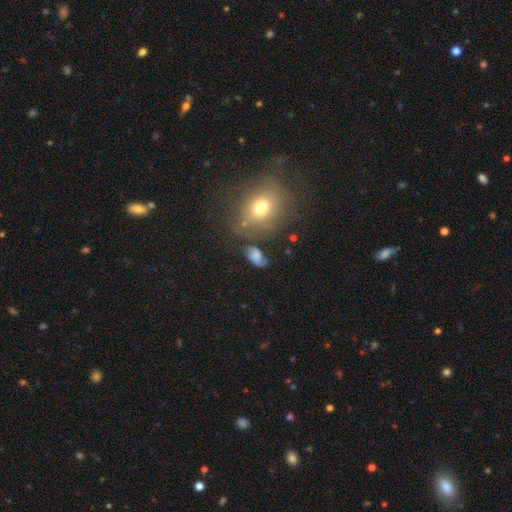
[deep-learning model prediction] smooth 56%, featured or disk 30%, star or artifact 14%. Down the decision tree: how rounded — in between (85%); merging — none (55%).